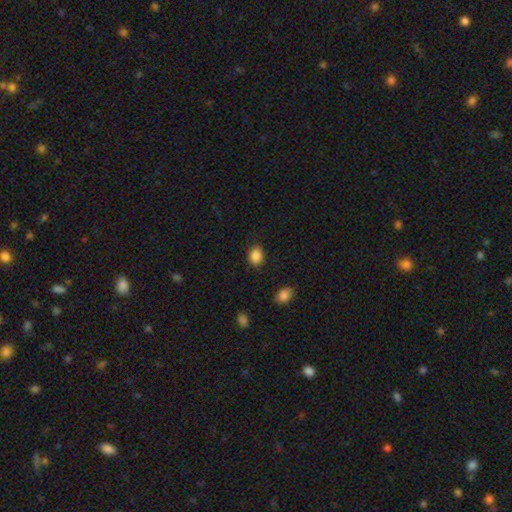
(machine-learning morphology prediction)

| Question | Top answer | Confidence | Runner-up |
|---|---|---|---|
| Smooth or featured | smooth | 87% | star or artifact (9%) |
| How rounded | in between | 52% | round (47%) |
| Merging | none | 85% | minor disturbance (10%) |